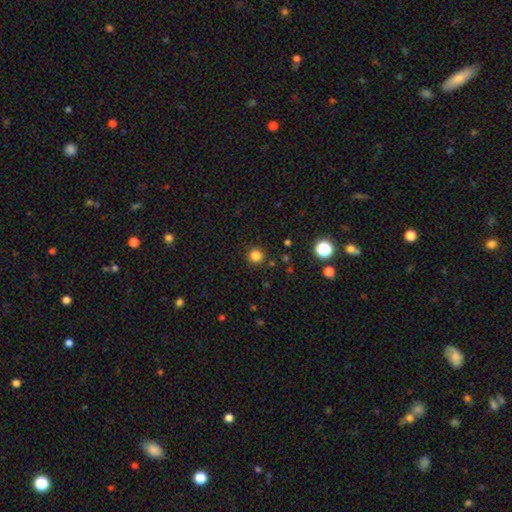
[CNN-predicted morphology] Smooth or featured?
  - smooth: 83% *
  - star or artifact: 14%
  - featured or disk: 4%
How rounded?
  - round: 95% *
  - in between: 4%
  - cigar-shaped: 1%
Merging?
  - none: 91% *
  - minor disturbance: 5%
  - major disturbance: 2%
  - merger: 1%